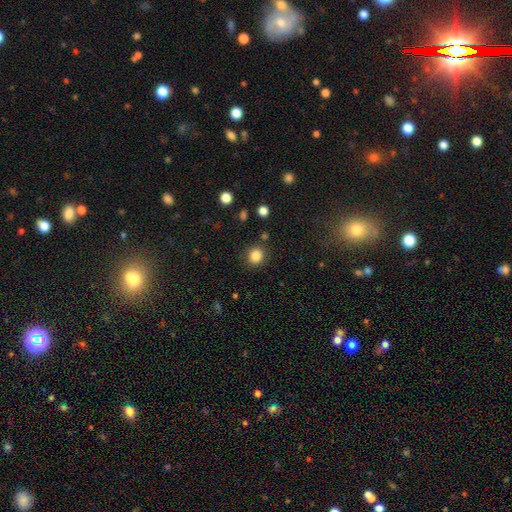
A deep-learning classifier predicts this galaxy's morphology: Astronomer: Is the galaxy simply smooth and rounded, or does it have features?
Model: smooth — 84%.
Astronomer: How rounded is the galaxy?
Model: round — 83%.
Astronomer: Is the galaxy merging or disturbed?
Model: none — 85%.